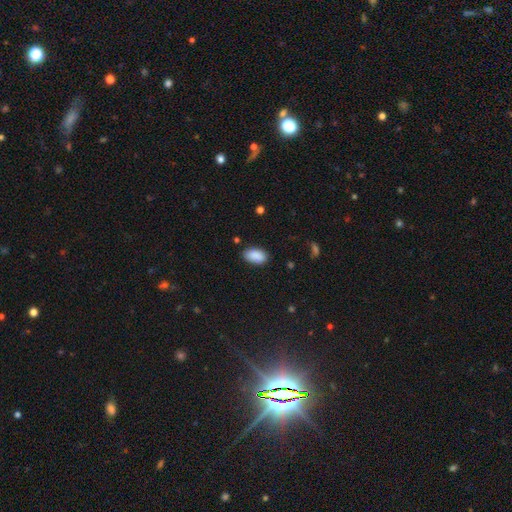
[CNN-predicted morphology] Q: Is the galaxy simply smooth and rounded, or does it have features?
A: smooth — 89%.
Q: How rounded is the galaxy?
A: in between — 94%.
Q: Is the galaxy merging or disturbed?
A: none — 79%.